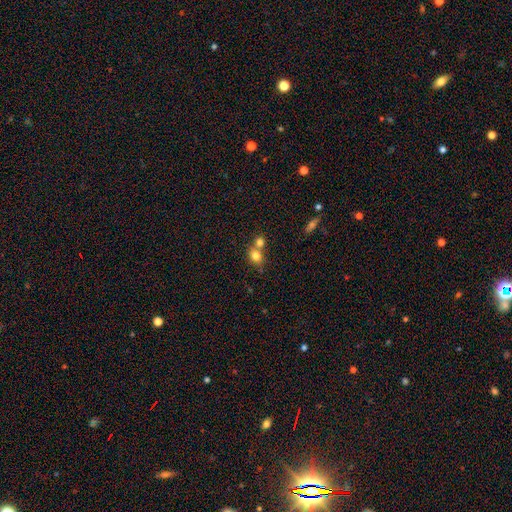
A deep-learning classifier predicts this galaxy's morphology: smooth-or-featured: smooth: 79% | star or artifact: 11% | featured or disk: 10%
  how-rounded: round: 56% | in between: 42% | cigar-shaped: 1%
  merging: merger: 45% | none: 43% | minor disturbance: 9% | major disturbance: 3%